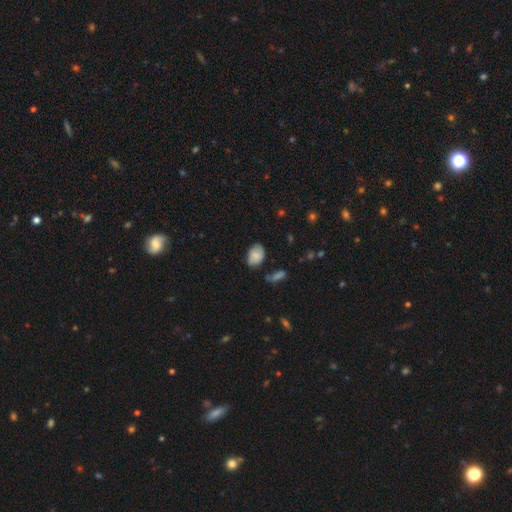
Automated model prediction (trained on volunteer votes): This is clearly a smooth galaxy (80%). How rounded: clearly in between (84%). Merging: likely none (66%).